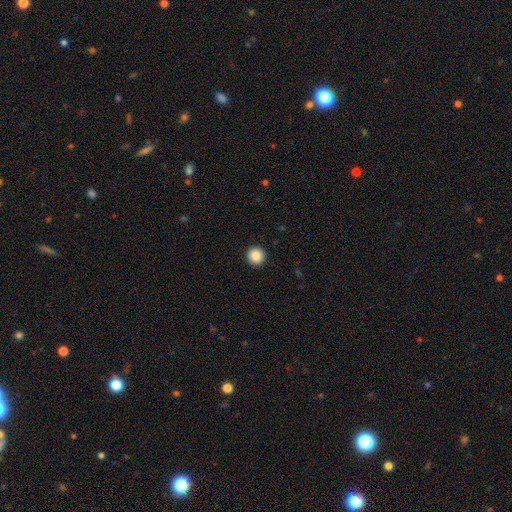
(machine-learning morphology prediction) A smooth galaxy with no disk features (88%) that is round (94%). Merging: none (93%).